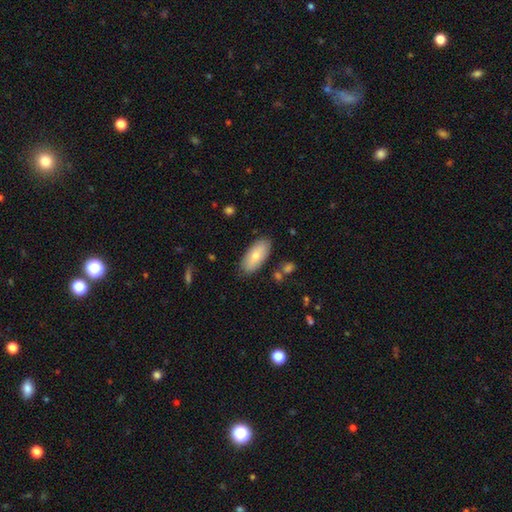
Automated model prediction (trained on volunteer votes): Overall: smooth (73%). How rounded: in between (89%). Merging: none (83%).